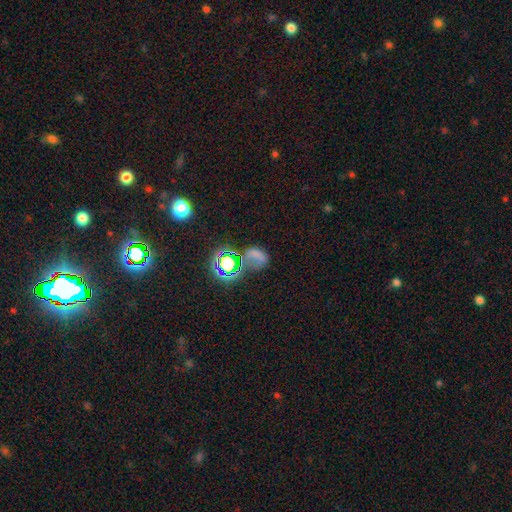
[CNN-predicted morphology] Q: Smooth or featured?
A: smooth (45%); runner-up: star or artifact (39%)
Q: Merging?
A: none (43%); runner-up: major disturbance (24%)